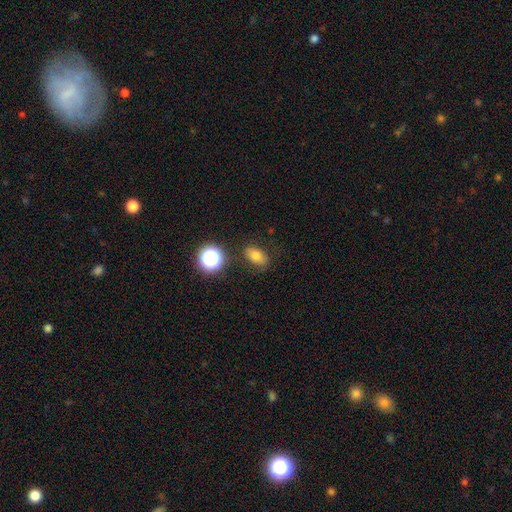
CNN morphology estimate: A smooth galaxy with no disk features (76%) that is in between round and cigar-shaped (80%). Merging: none (80%).